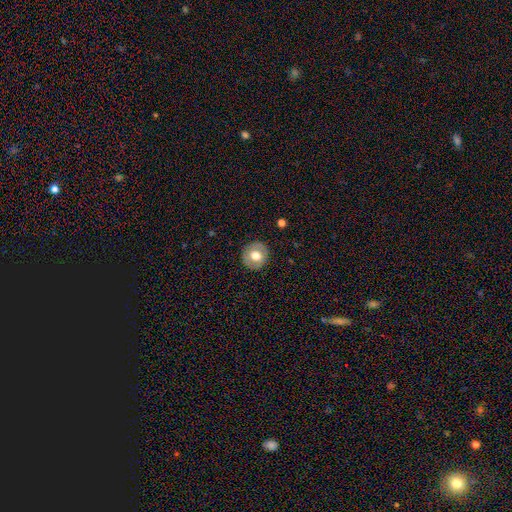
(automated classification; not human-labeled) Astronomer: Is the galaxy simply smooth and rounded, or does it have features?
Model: smooth — 62%.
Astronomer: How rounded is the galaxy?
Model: round — 90%.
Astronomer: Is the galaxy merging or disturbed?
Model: none — 88%.